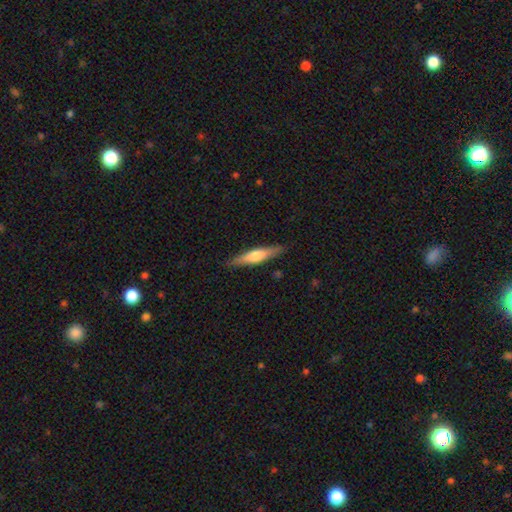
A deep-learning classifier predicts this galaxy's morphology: The model was most divided on "smooth or featured": smooth: 49%, featured or disk: 45%, star or artifact: 5%. More confident: merging — none (88%).